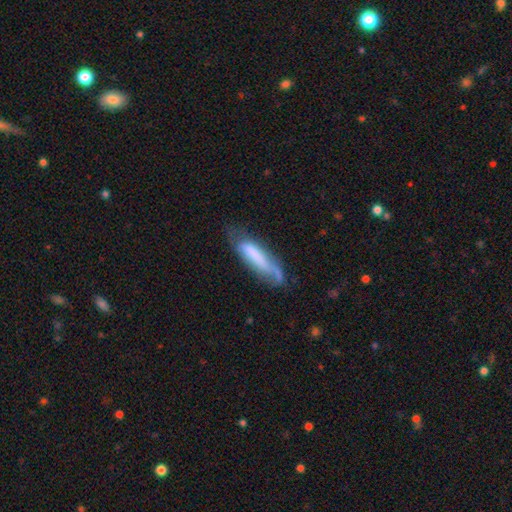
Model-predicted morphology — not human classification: smooth-or-featured: smooth: 61% | featured or disk: 31% | star or artifact: 7%
  how-rounded: cigar-shaped: 69% | in between: 30% | round: 1%
  merging: none: 42% | minor disturbance: 33% | major disturbance: 20% | merger: 5%